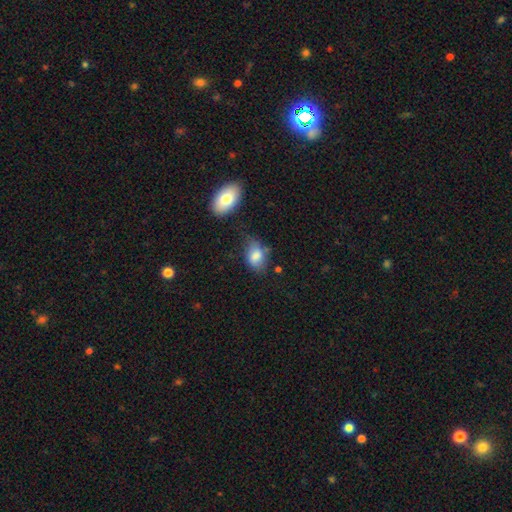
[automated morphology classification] This appears to be a smooth galaxy with no disk features (79%) that is in between round and cigar-shaped (84%). Merging: none (48%).